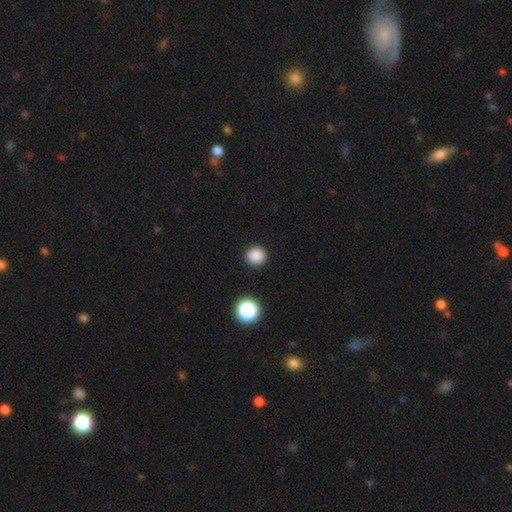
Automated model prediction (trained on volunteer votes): A smooth galaxy with no disk features (85%) that is round (93%). Merging: none (92%).